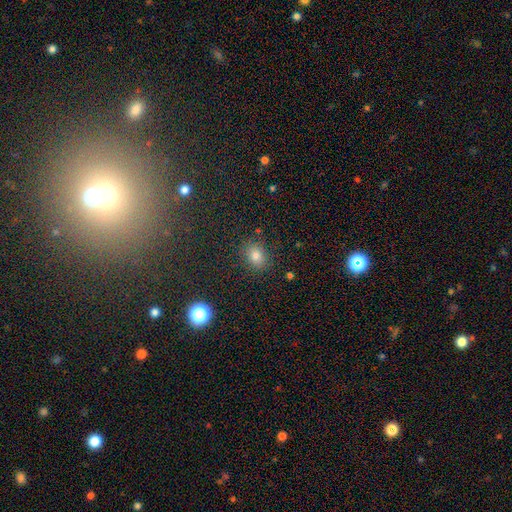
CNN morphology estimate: A smooth galaxy with no disk features (76%) that is round (54%). Merging: none (84%).